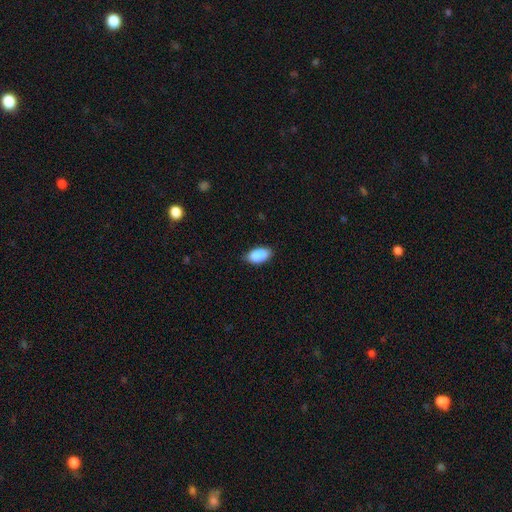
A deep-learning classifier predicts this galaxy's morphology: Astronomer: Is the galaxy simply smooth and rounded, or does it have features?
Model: smooth — 83%.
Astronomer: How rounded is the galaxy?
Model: in between — 91%.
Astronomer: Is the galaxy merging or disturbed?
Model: none — 63%.